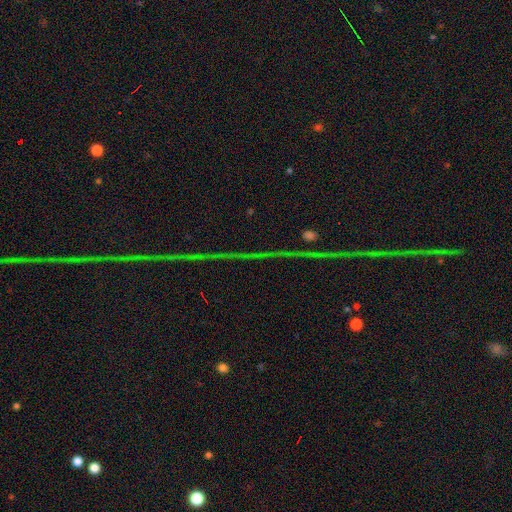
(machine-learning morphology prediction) Overall: star or artifact (85%).